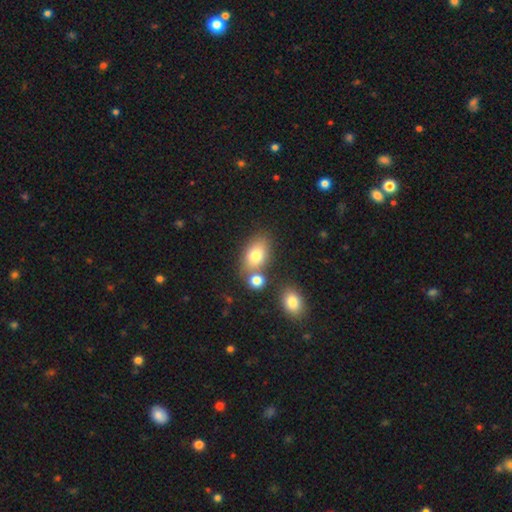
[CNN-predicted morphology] Smooth or featured? Predicted: smooth (p=0.78). How rounded? Predicted: in between (p=0.82). Merging? Predicted: none (p=0.56).